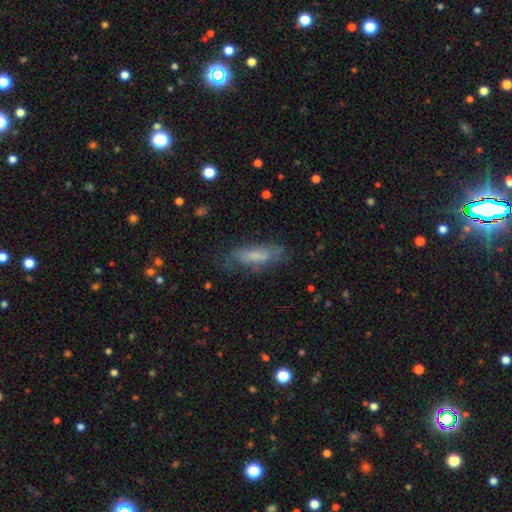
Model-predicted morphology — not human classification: smooth 59%, featured or disk 33%, star or artifact 8%. Down the decision tree: how rounded — in between (54%); merging — none (66%).